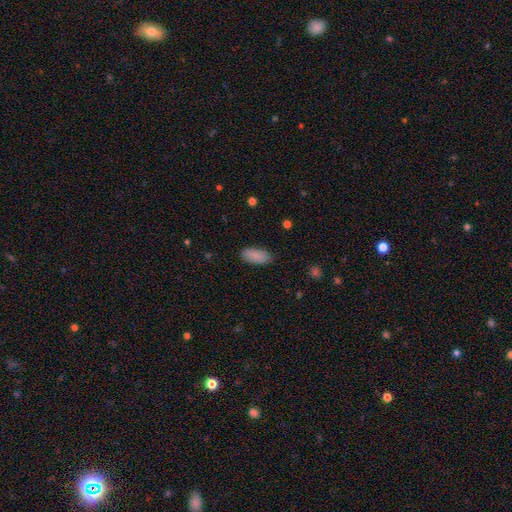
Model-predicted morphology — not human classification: smooth_or_featured: smooth (p=0.86) [alt: featured or disk p=0.07]
how_rounded: in between (p=0.89) [alt: cigar-shaped p=0.09]
merging: none (p=0.83) [alt: minor disturbance p=0.13]